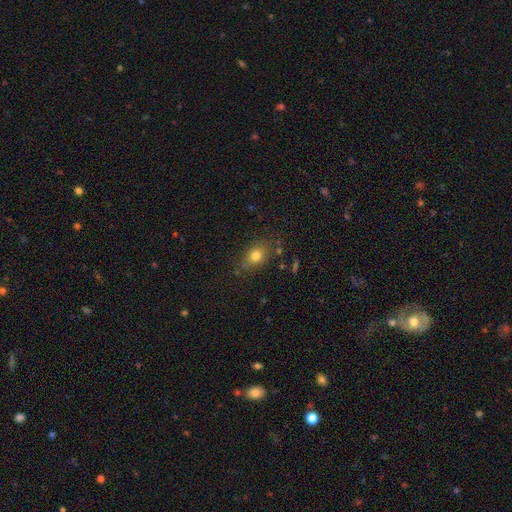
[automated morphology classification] Smooth or featured? Predicted: smooth (p=0.76). How rounded? Predicted: in between (p=0.69). Merging? Predicted: none (p=0.76).